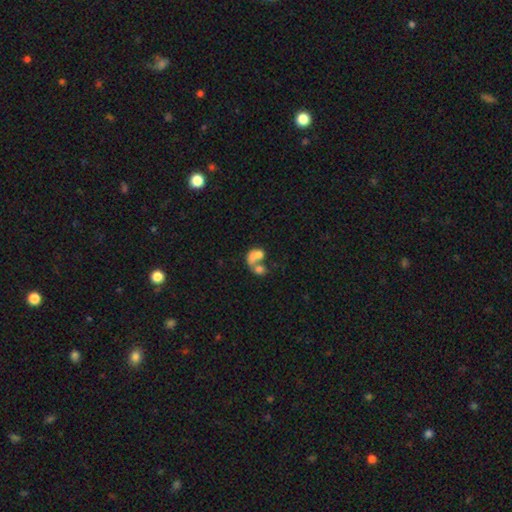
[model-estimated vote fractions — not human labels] The model was most divided on "smooth or featured": smooth: 63%, featured or disk: 26%, star or artifact: 11%. More confident: how rounded — in between (67%); merging — merger (67%).